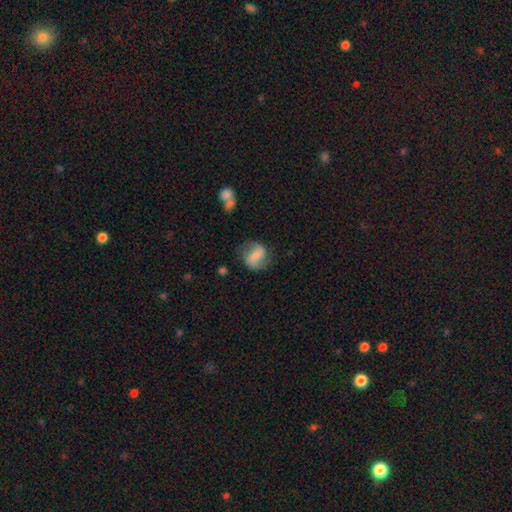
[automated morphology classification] Q: Smooth or featured?
A: featured or disk (60%); runner-up: smooth (32%)
Q: Edge-on disk?
A: no (97%); runner-up: yes (3%)
Q: Bar?
A: weak (40%); runner-up: strong (37%)
Q: Spiral arms?
A: yes (87%); runner-up: no (13%)
Q: Spiral winding?
A: loose (48%); runner-up: medium (38%)
Q: Spiral arm count?
A: 2 (88%); runner-up: can't tell (6%)
Q: Bulge size?
A: small (52%); runner-up: moderate (30%)
Q: Merging?
A: none (73%); runner-up: minor disturbance (17%)